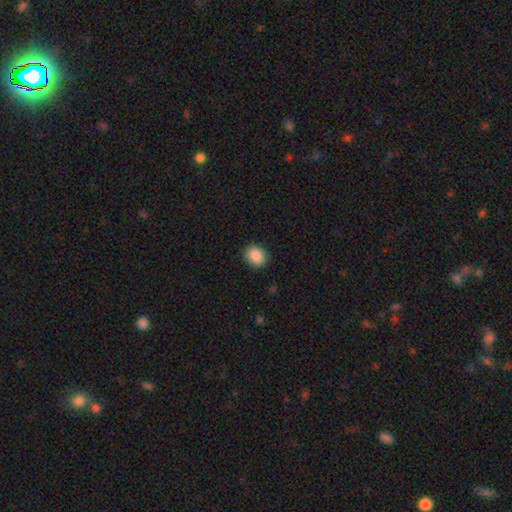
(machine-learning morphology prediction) Smooth or featured? smooth (89%)
How rounded? round (57%)
Merging? none (89%)